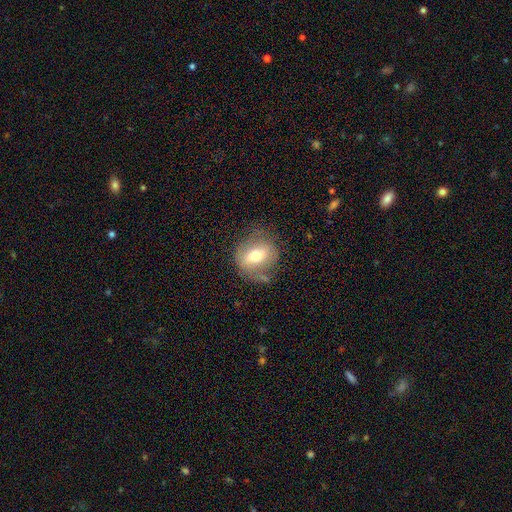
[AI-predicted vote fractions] This is possibly a smooth galaxy (56%). How rounded: possibly round (56%). Merging: likely none (65%).